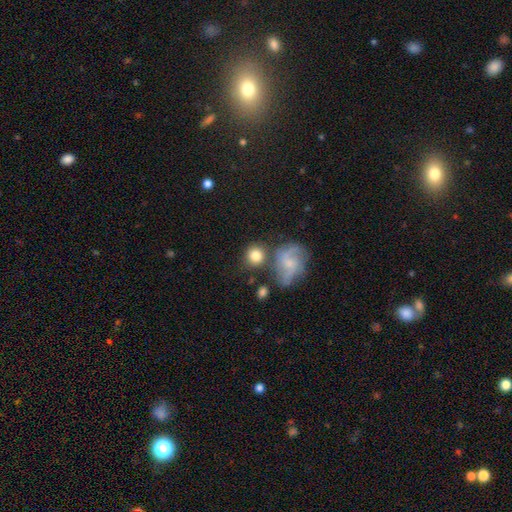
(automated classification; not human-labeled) smooth_or_featured: smooth (p=0.74) [alt: featured or disk p=0.18]
how_rounded: round (p=0.86) [alt: in between p=0.13]
merging: none (p=0.67) [alt: merger p=0.15]